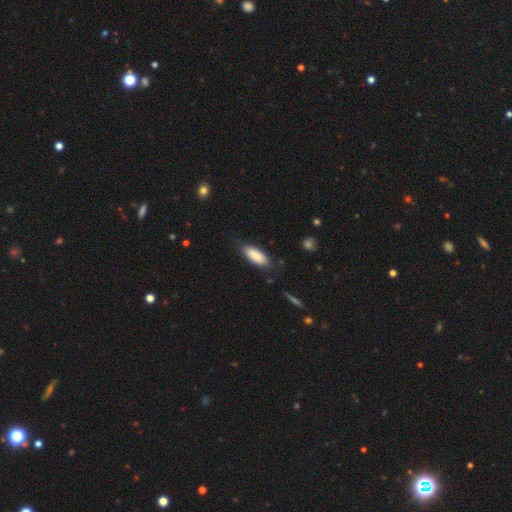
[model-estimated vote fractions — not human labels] The model was most divided on "how rounded": in between: 78%, cigar-shaped: 20%, round: 2%. More confident: smooth or featured — smooth (87%); merging — none (77%).